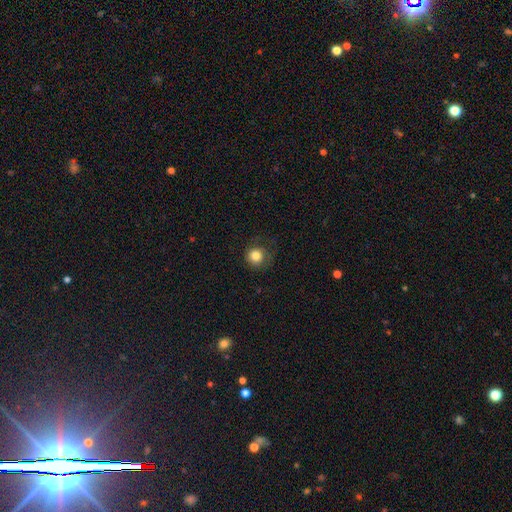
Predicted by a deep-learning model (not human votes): smooth_or_featured: smooth (p=0.83) [alt: star or artifact p=0.10]
how_rounded: round (p=0.92) [alt: in between p=0.07]
merging: none (p=0.73) [alt: minor disturbance p=0.17]